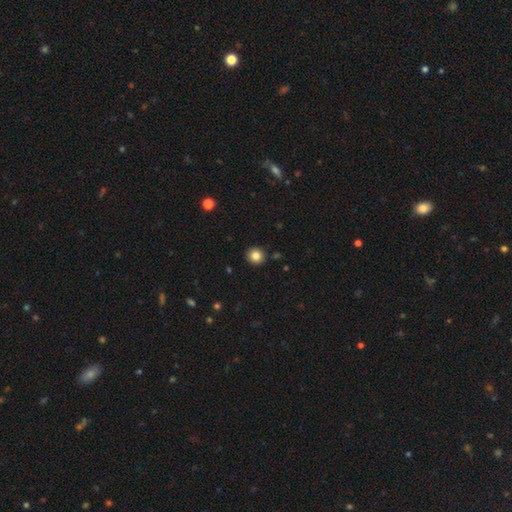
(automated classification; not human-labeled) The model was most divided on "smooth or featured": smooth: 84%, star or artifact: 11%, featured or disk: 6%. More confident: merging — none (92%); how rounded — round (92%).